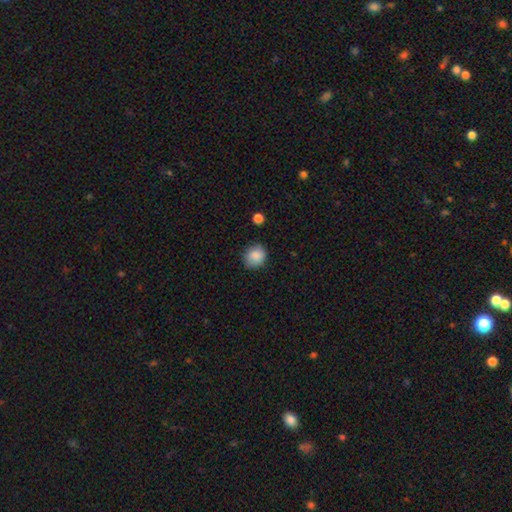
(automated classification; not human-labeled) A smooth galaxy with no disk features (87%) that is round (74%). Merging: none (81%).